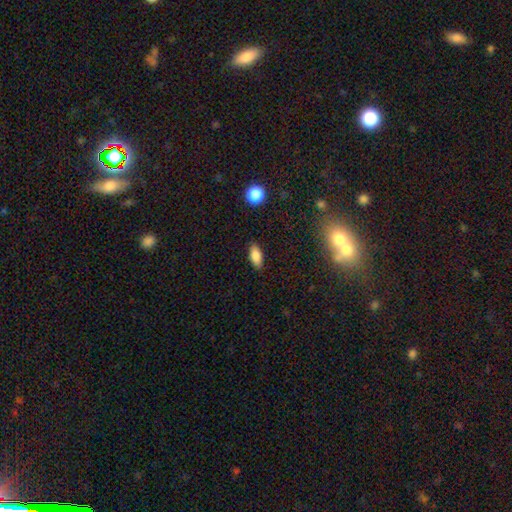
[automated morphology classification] This appears to be a smooth galaxy with no disk features (83%) that is in between round and cigar-shaped (84%). Merging: none (87%).